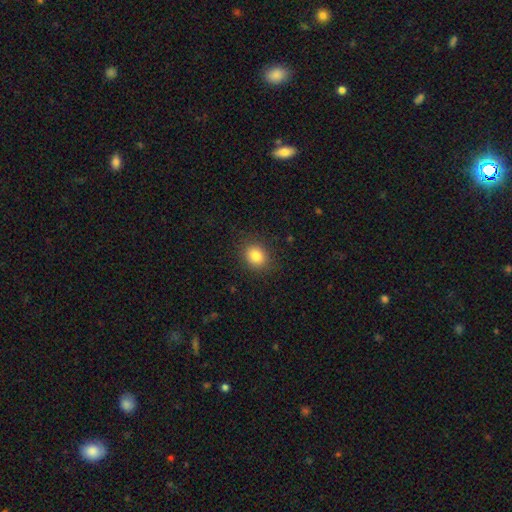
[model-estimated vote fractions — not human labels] This is clearly a smooth galaxy (84%). How rounded: possibly round (59%). Merging: clearly none (87%).